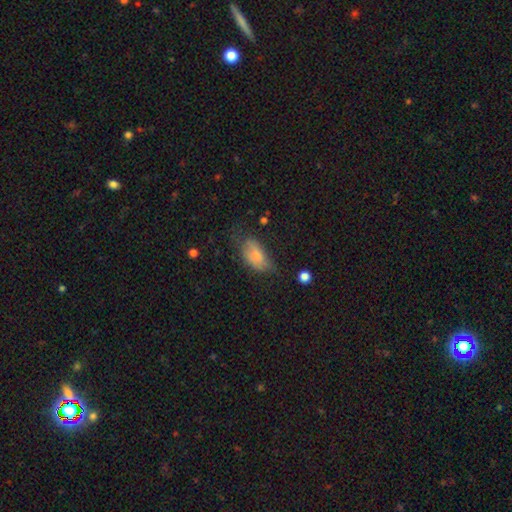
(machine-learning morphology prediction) The model was most divided on "merging": none: 44%, minor disturbance: 36%, major disturbance: 18%, merger: 2%. More confident: how rounded — in between (91%); smooth or featured — smooth (68%).